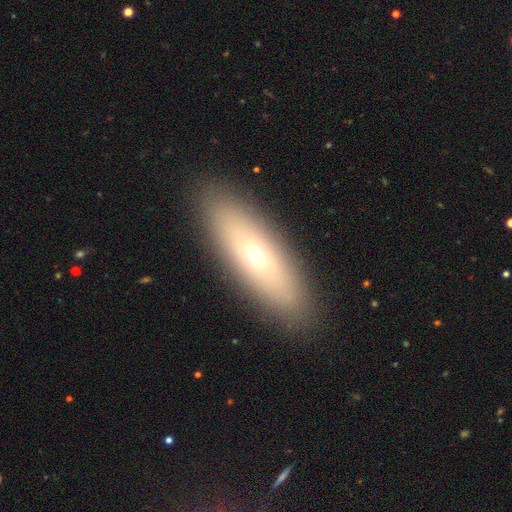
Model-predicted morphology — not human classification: The model was most divided on "how rounded": in between: 52%, cigar-shaped: 44%, round: 4%. More confident: merging — none (89%); smooth or featured — smooth (55%).